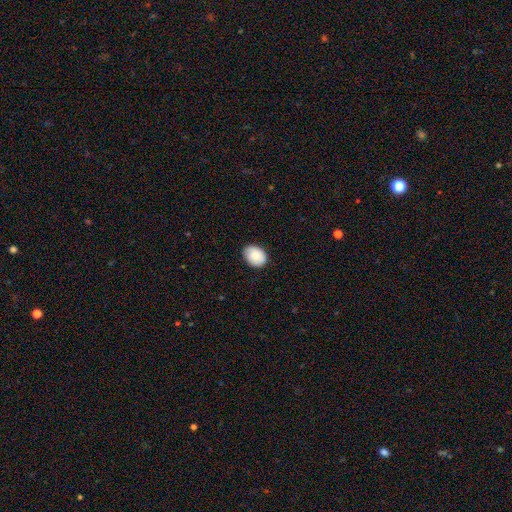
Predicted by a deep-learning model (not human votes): A smooth galaxy with no disk features (87%) that is in between round and cigar-shaped (67%). Merging: none (84%).